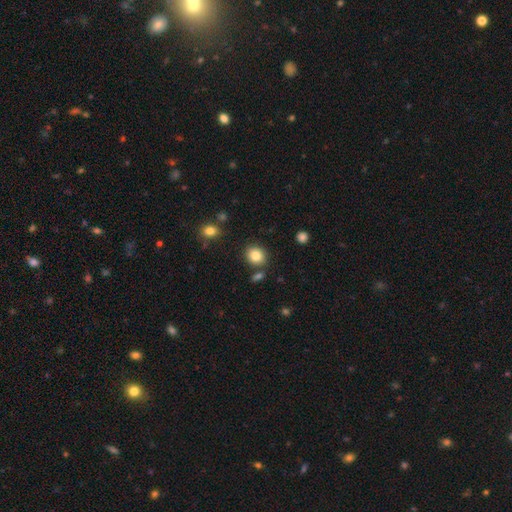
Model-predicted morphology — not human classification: This appears to be a smooth galaxy with no disk features (84%) that is round (76%). Merging: none (82%).